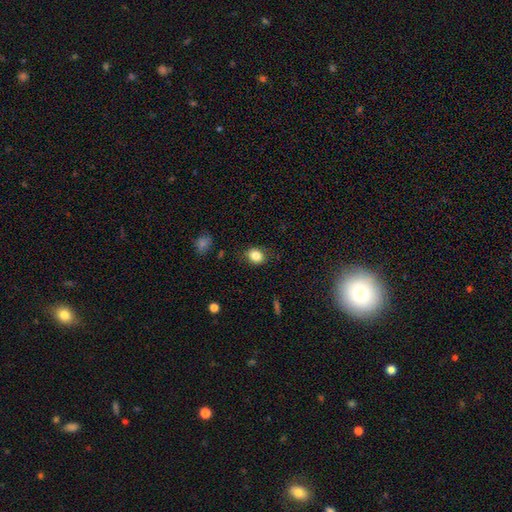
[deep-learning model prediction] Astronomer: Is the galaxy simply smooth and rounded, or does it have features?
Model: smooth — 84%.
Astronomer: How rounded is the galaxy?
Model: in between — 52% (runner-up: round, 47%).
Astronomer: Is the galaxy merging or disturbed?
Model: none — 81%.